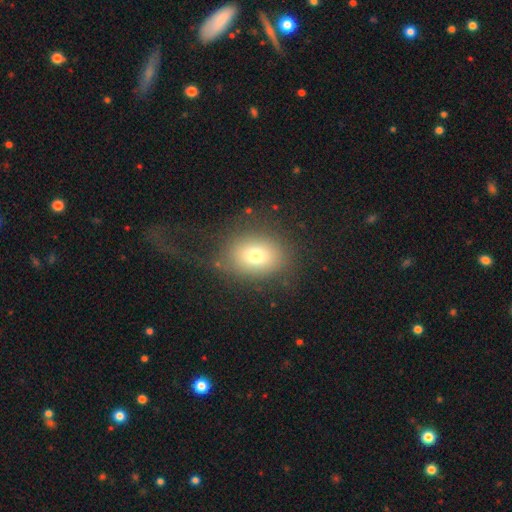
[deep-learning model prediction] smooth_or_featured: smooth (p=0.73) [alt: featured or disk p=0.14]
how_rounded: in between (p=0.54) [alt: round p=0.45]
merging: none (p=0.74) [alt: minor disturbance p=0.15]